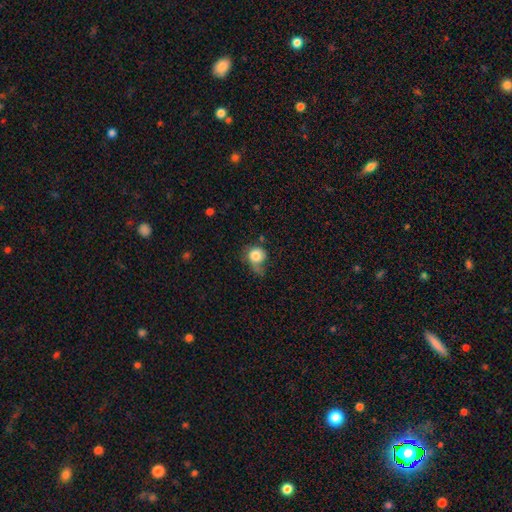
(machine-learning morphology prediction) Overall: smooth (78%). How rounded: round (78%). Merging: none (38%; minor disturbance 32%).